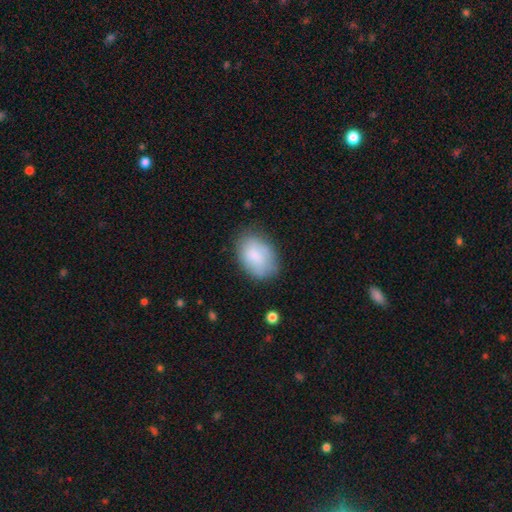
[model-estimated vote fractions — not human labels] A smooth galaxy with no disk features (80%) that is in between round and cigar-shaped (83%). Merging: none (69%).